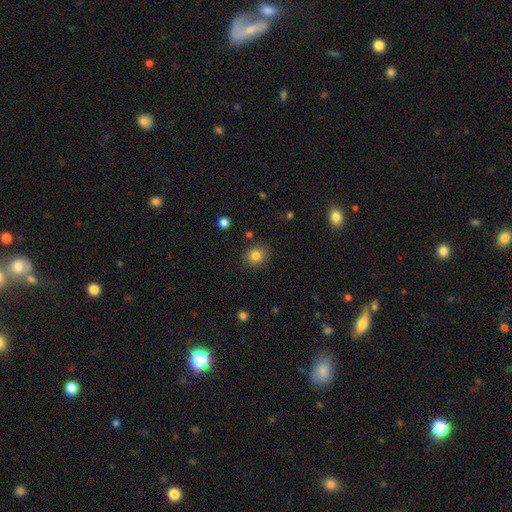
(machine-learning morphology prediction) A smooth galaxy with no disk features (82%) that is round (73%). Merging: none (87%).